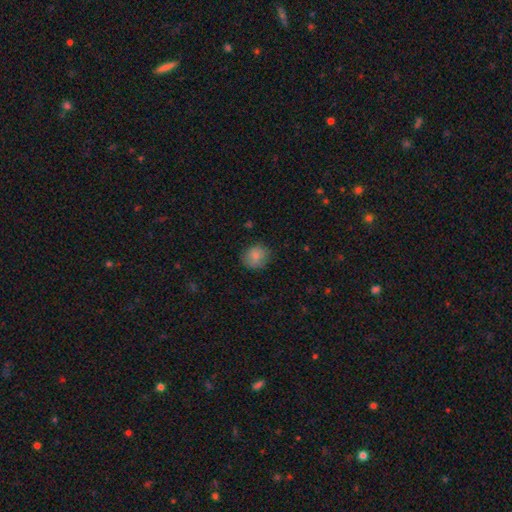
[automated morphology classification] Smooth or featured: smooth — 84% (star or artifact — 9%)
How rounded: round — 74% (in between — 25%)
Merging: none — 80% (minor disturbance — 15%)